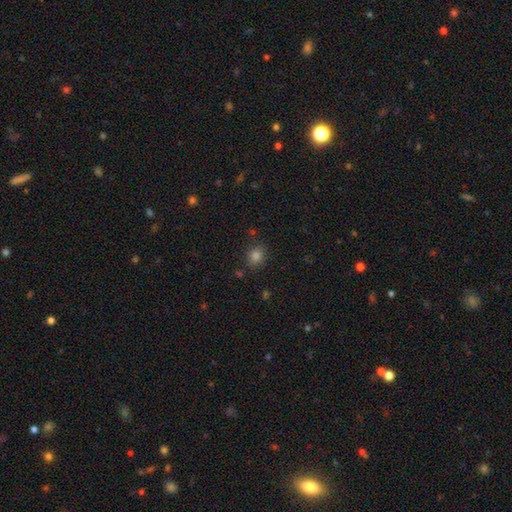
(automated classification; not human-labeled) Smooth or featured?
  - smooth: 79% *
  - star or artifact: 16%
  - featured or disk: 5%
How rounded?
  - round: 70% *
  - in between: 29%
  - cigar-shaped: 1%
Merging?
  - none: 84% *
  - minor disturbance: 10%
  - merger: 3%
  - major disturbance: 3%